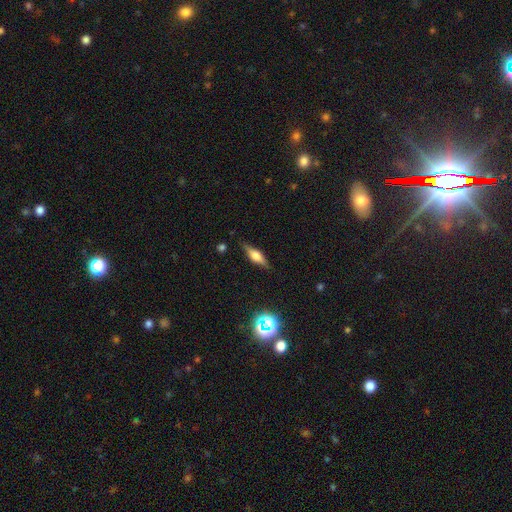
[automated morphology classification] featured or disk 56%, smooth 34%, star or artifact 10%. Down the decision tree: edge-on disk — yes (94%); edge-on bulge — rounded (80%); merging — none (84%).